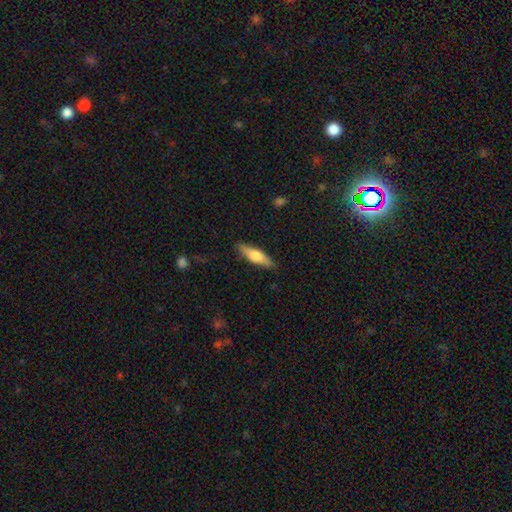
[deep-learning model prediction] Q: Smooth or featured?
A: smooth (53%); runner-up: featured or disk (41%)
Q: How rounded?
A: cigar-shaped (62%); runner-up: in between (36%)
Q: Merging?
A: none (88%); runner-up: minor disturbance (9%)